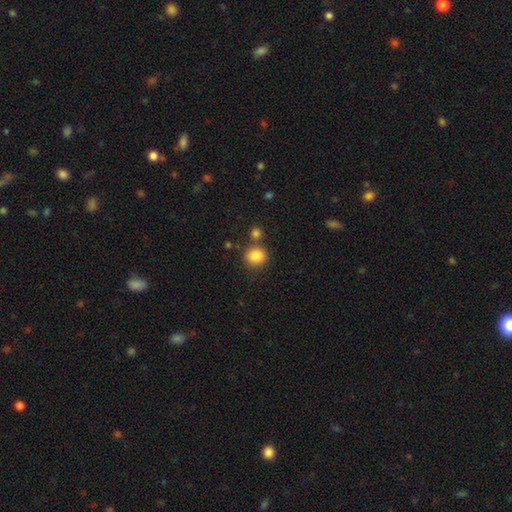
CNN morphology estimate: A smooth galaxy with no disk features (85%) that is round (78%).

Vote fractions:
- Smooth or featured? smooth: 85% / star or artifact: 10% / featured or disk: 5%
- How rounded? round: 78% / in between: 21% / cigar-shaped: 1%
- Merging? none: 72% / merger: 14% / minor disturbance: 11% / major disturbance: 3%